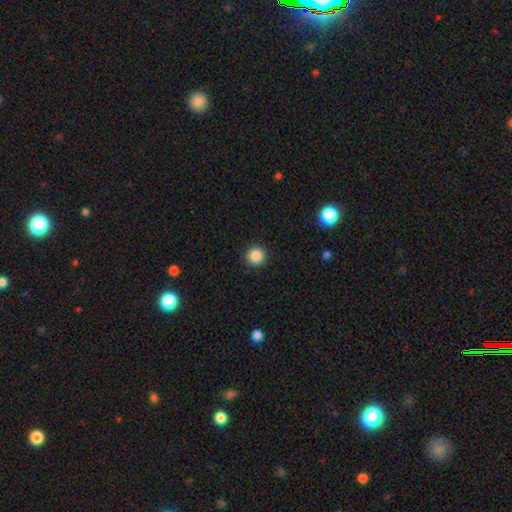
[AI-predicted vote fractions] smooth 86%, star or artifact 10%, featured or disk 3%. Down the decision tree: how rounded — round (95%); merging — none (93%).